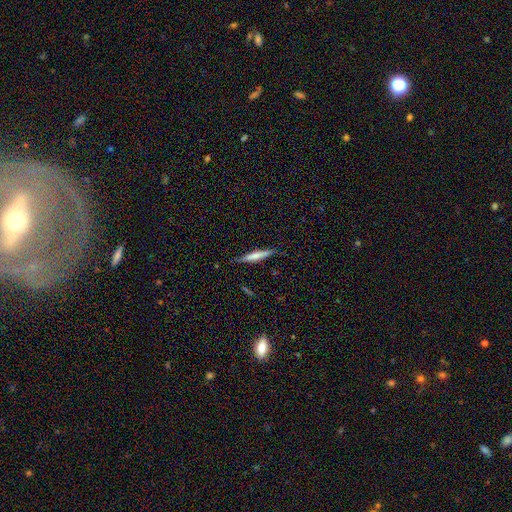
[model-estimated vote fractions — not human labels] A smooth galaxy with no disk features (53%) that is cigar-shaped (92%). Merging: none (86%).